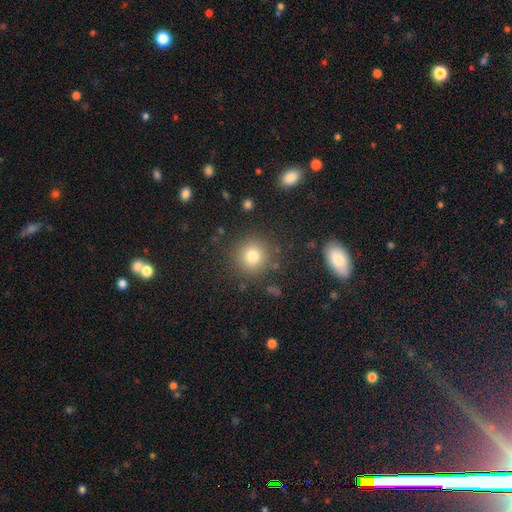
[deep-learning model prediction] The model was most divided on "smooth or featured": smooth: 79%, star or artifact: 12%, featured or disk: 8%. More confident: how rounded — round (91%); merging — none (88%).